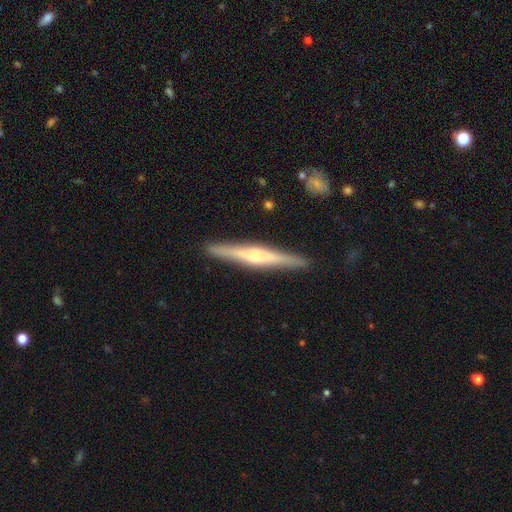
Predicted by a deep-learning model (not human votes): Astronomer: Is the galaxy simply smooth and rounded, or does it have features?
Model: featured or disk — 71%.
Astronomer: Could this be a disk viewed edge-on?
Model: yes — 98%.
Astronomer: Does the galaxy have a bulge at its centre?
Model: rounded — 66%.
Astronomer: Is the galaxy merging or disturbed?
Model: none — 91%.